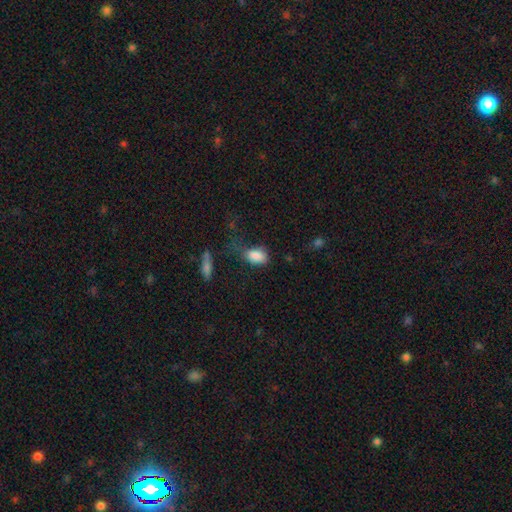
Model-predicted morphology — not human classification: smooth 86%, star or artifact 8%, featured or disk 6%. Down the decision tree: how rounded — in between (89%); merging — none (45%).